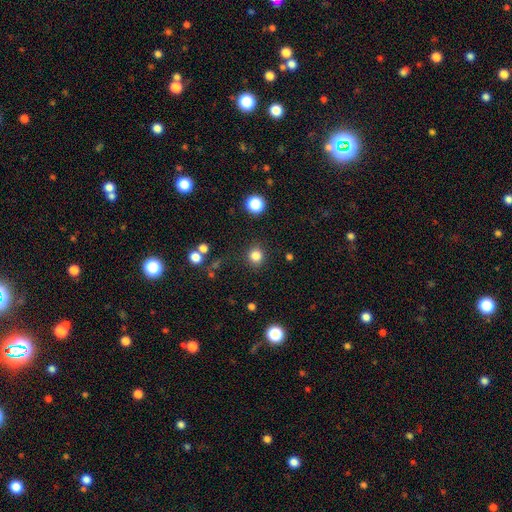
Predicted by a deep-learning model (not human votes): Q: Smooth or featured?
A: smooth (83%); runner-up: star or artifact (12%)
Q: How rounded?
A: round (88%); runner-up: in between (11%)
Q: Merging?
A: none (87%); runner-up: minor disturbance (8%)